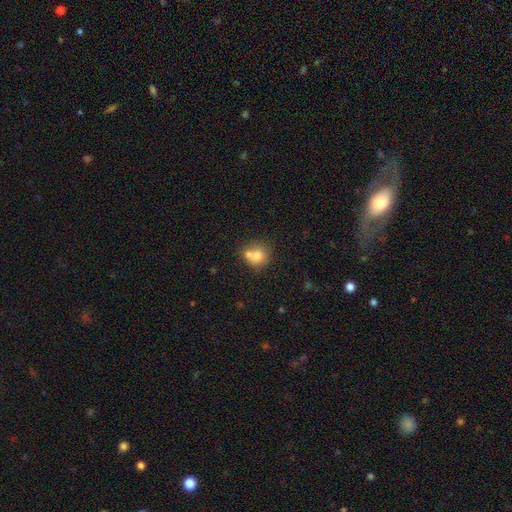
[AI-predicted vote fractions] This is likely a smooth galaxy (73%). How rounded: likely round (73%). Merging: possibly merger (45%).